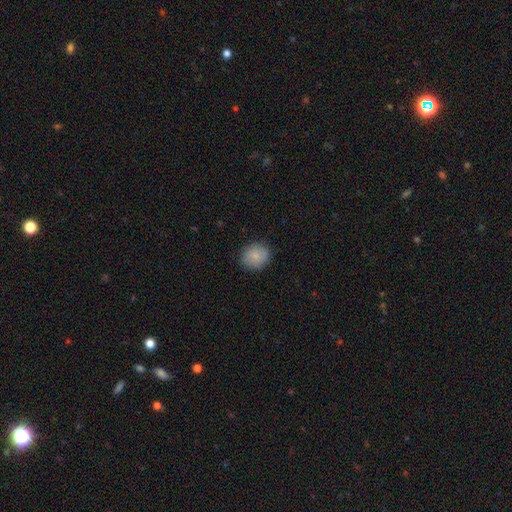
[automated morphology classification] Smooth or featured? smooth (83%)
How rounded? round (80%)
Merging? none (86%)